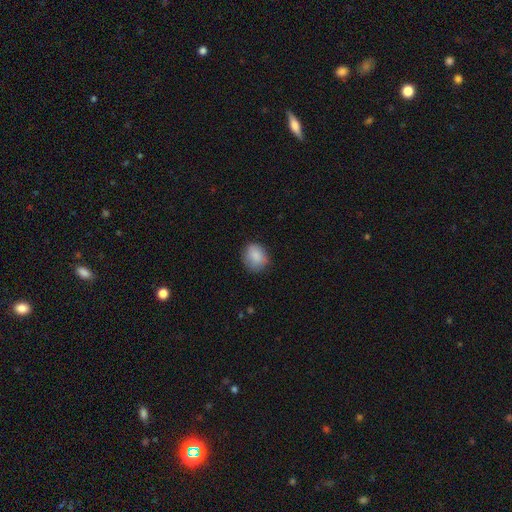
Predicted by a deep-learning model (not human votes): smooth_or_featured: smooth (p=0.86) [alt: star or artifact p=0.08]
how_rounded: round (p=0.67) [alt: in between p=0.32]
merging: none (p=0.77) [alt: minor disturbance p=0.18]